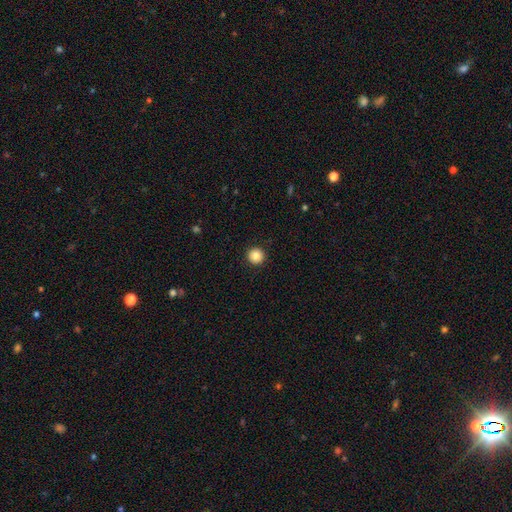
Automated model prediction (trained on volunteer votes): The model was most divided on "smooth or featured": smooth: 85%, star or artifact: 10%, featured or disk: 5%. More confident: how rounded — round (96%); merging — none (93%).